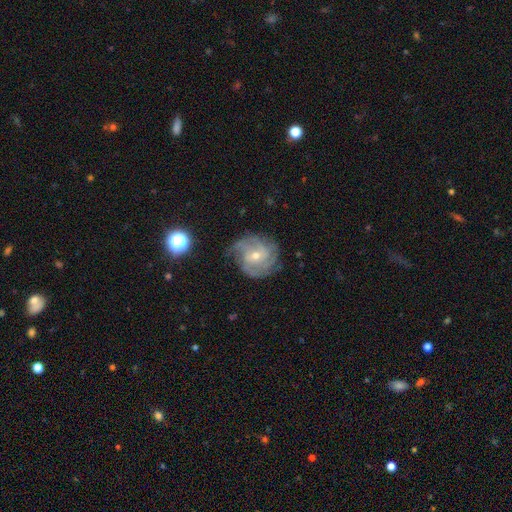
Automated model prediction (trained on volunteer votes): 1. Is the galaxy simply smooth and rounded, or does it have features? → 84% featured or disk, 8% smooth, 8% star or artifact.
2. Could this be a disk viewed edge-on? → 97% no, 3% yes.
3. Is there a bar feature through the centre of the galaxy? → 52% no, 39% weak, 10% strong.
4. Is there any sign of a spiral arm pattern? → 96% yes, 4% no.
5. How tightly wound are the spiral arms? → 58% tight, 34% medium, 8% loose.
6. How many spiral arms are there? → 29% 3, 24% can't tell, 18% 4, 17% 2, 7% more than 4, 6% 1.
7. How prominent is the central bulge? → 56% small, 41% moderate, 1% large, 1% none, 1% dominant.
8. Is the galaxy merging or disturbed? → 74% none, 18% minor disturbance, 7% major disturbance, 1% merger.